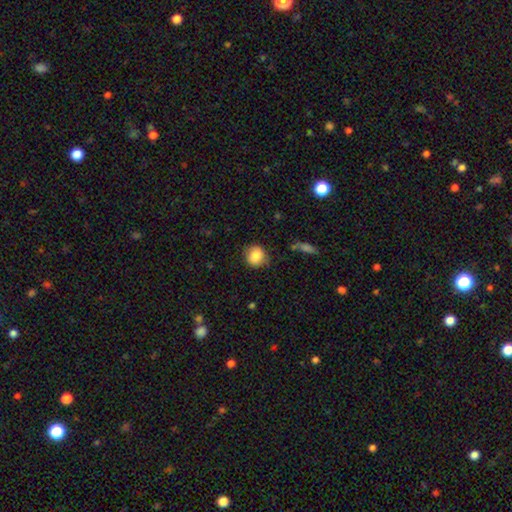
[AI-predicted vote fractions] Smooth or featured: smooth — 84% (star or artifact — 9%)
How rounded: round — 79% (in between — 20%)
Merging: none — 81% (minor disturbance — 14%)